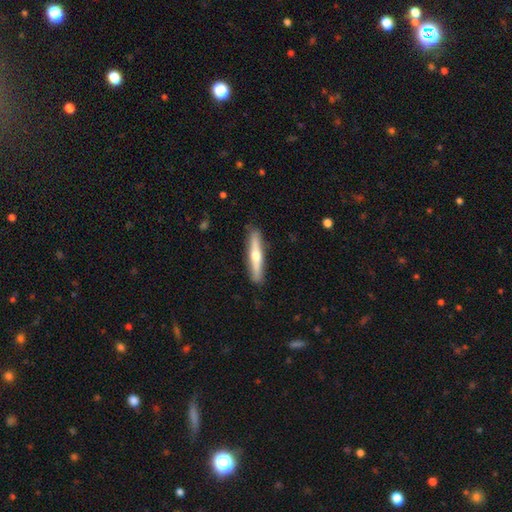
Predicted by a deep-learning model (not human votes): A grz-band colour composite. It shows a featured or disk galaxy (55%) viewed edge-on (94%) with a rounded central bulge (90%). Merging: none (89%).